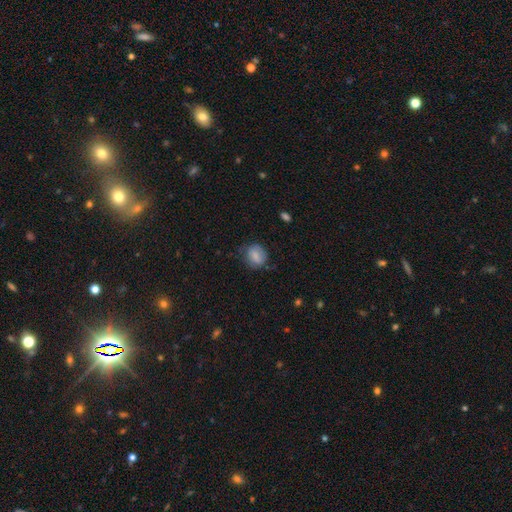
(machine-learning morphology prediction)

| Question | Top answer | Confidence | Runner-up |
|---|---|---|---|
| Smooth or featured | smooth | 75% | featured or disk (17%) |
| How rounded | round | 58% | in between (41%) |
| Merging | none | 66% | minor disturbance (25%) |